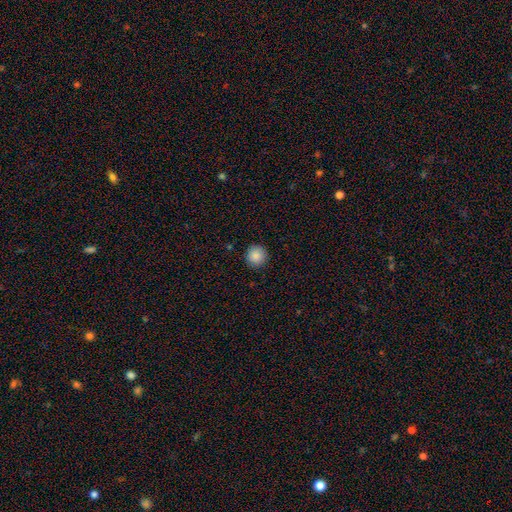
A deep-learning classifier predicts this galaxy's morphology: Overall: smooth (87%). How rounded: round (94%). Merging: none (92%).